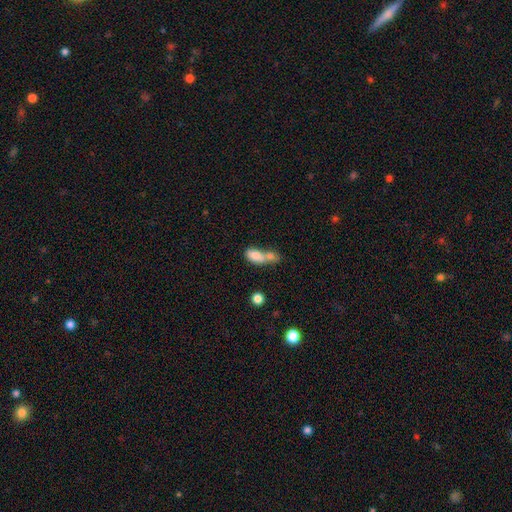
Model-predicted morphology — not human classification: Smooth or featured: smooth — 77% (featured or disk — 14%)
How rounded: in between — 81% (round — 10%)
Merging: merger — 66% (none — 19%)